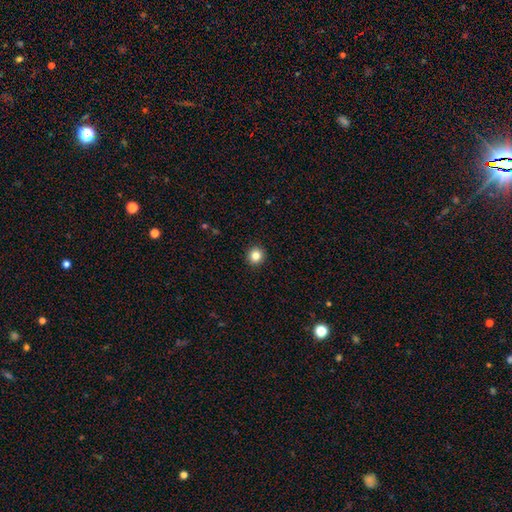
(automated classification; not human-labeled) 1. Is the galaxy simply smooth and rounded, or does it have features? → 83% smooth, 11% star or artifact, 5% featured or disk.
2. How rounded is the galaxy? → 92% round, 7% in between, 1% cigar-shaped.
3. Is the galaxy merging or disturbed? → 93% none, 4% minor disturbance, 1% major disturbance, 1% merger.